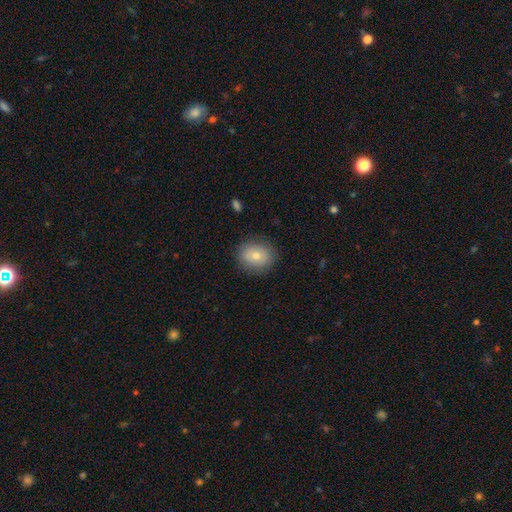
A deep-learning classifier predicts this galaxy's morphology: Smooth or featured: smooth — 75% (featured or disk — 16%)
How rounded: round — 67% (in between — 32%)
Merging: none — 85% (minor disturbance — 11%)